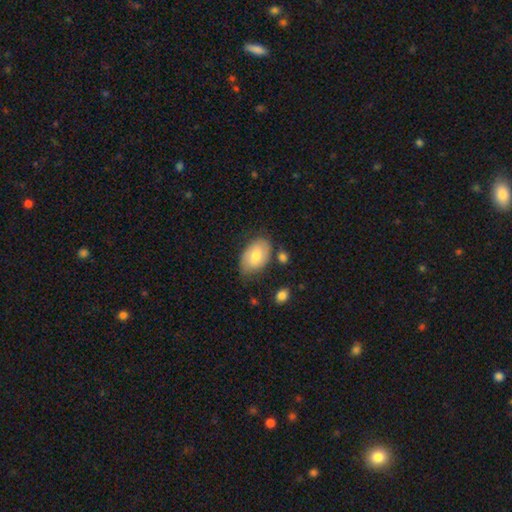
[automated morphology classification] The model was most divided on "smooth or featured": smooth: 66%, featured or disk: 28%, star or artifact: 6%. More confident: how rounded — in between (90%); merging — none (69%).